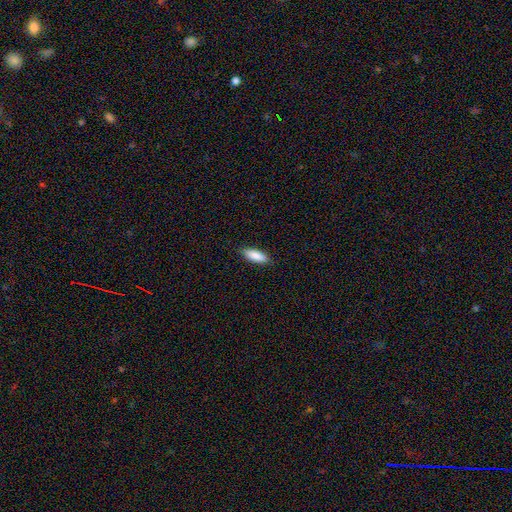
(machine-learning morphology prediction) Smooth or featured: smooth — 88% (featured or disk — 6%)
How rounded: in between — 64% (cigar-shaped — 34%)
Merging: none — 88% (minor disturbance — 9%)